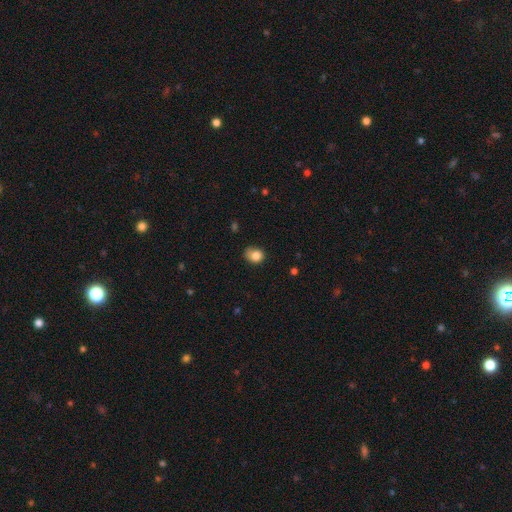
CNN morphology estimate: Q: Smooth or featured?
A: smooth (83%); runner-up: star or artifact (10%)
Q: How rounded?
A: round (55%); runner-up: in between (44%)
Q: Merging?
A: none (56%); runner-up: minor disturbance (33%)